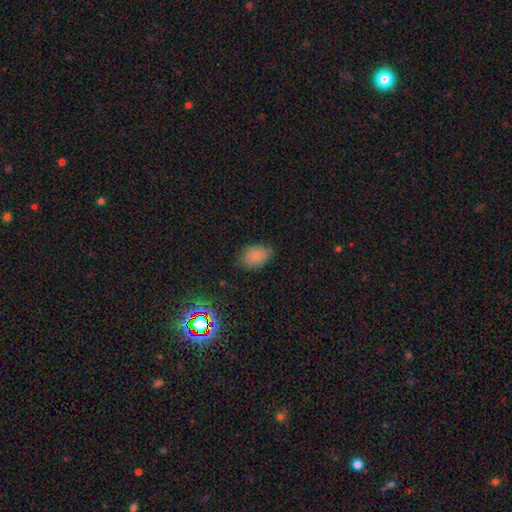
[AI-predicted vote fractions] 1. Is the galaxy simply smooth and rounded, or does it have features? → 81% smooth, 11% star or artifact, 8% featured or disk.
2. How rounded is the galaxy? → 80% in between, 19% round, 1% cigar-shaped.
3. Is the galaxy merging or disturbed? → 69% none, 25% minor disturbance, 5% major disturbance, 1% merger.